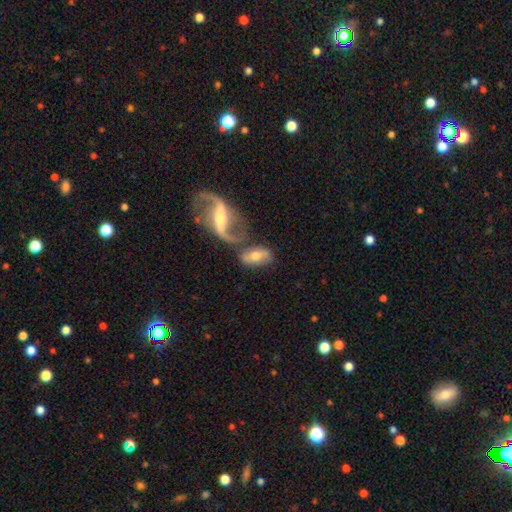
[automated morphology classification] A featured or disk galaxy (52%).

Vote fractions:
- Smooth or featured? featured or disk: 52% / smooth: 41% / star or artifact: 7%
- Edge-on disk? no: 85% / yes: 15%
- Merging? none: 42% / merger: 33% / minor disturbance: 15% / major disturbance: 10%